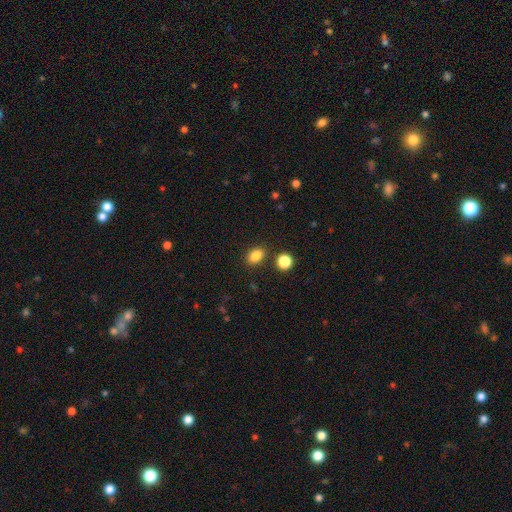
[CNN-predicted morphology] Smooth or featured: smooth — 85% (star or artifact — 11%)
How rounded: in between — 71% (round — 27%)
Merging: none — 82% (minor disturbance — 10%)